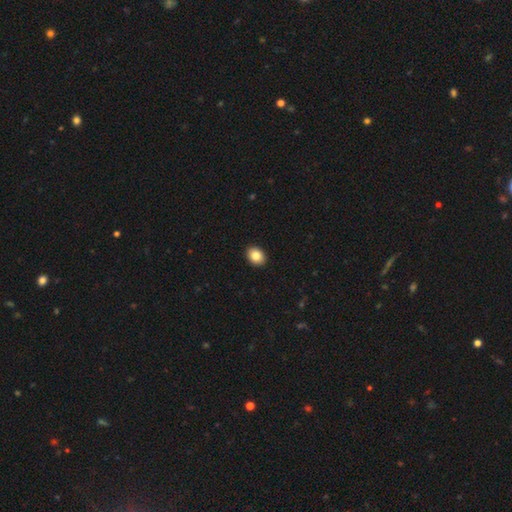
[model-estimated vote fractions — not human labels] smooth-or-featured: smooth: 85% | star or artifact: 9% | featured or disk: 7%
  how-rounded: in between: 59% | round: 40% | cigar-shaped: 1%
  merging: none: 92% | minor disturbance: 6% | major disturbance: 1% | merger: 1%